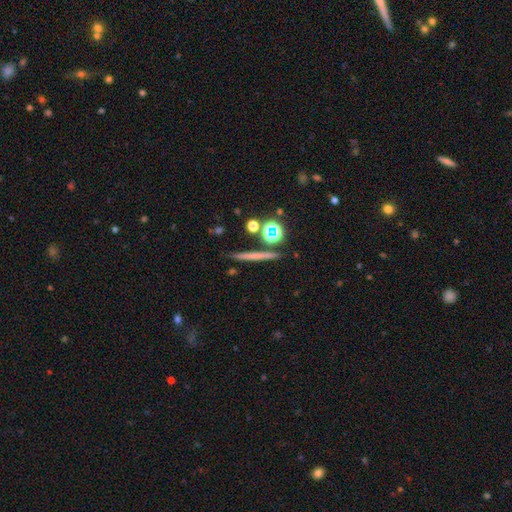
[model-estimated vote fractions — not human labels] smooth 47%, featured or disk 36%, star or artifact 17%. Down the decision tree: merging — none (85%).